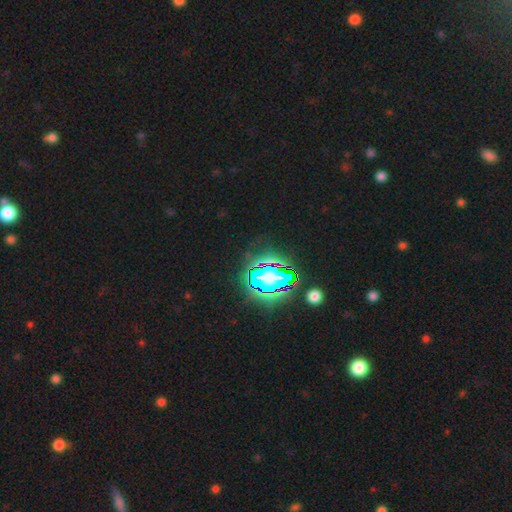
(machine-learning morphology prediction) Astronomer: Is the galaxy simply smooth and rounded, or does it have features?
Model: star or artifact — 83%.